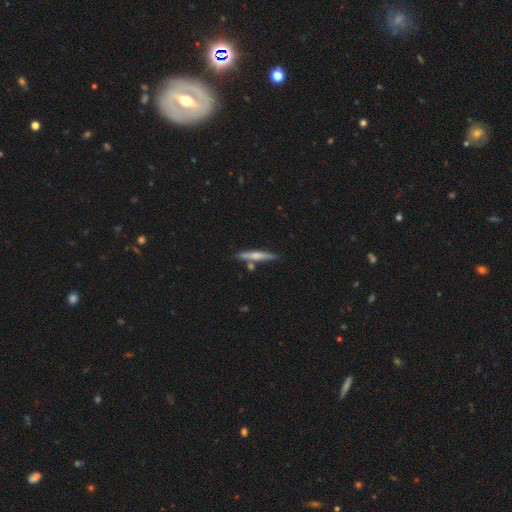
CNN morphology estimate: Smooth or featured? Predicted: smooth (p=0.50). Merging? Predicted: none (p=0.79).